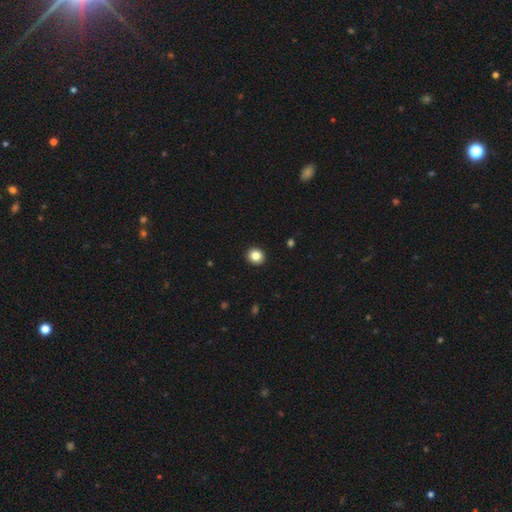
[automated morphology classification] type=smooth (84%); roundness=round (83%); merging=none (93%).